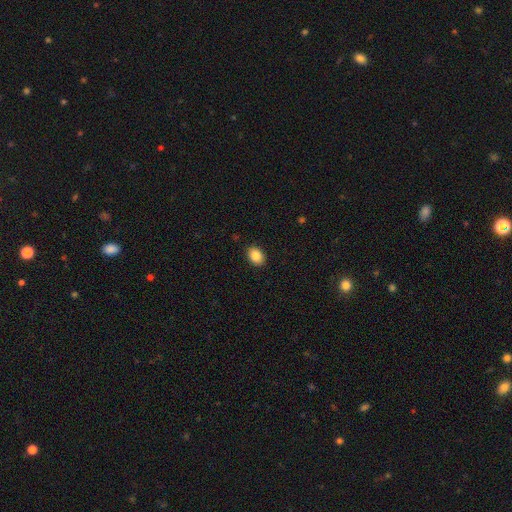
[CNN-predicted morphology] smooth_or_featured: smooth (p=0.86) [alt: star or artifact p=0.08]
how_rounded: in between (p=0.73) [alt: round p=0.26]
merging: none (p=0.90) [alt: minor disturbance p=0.07]